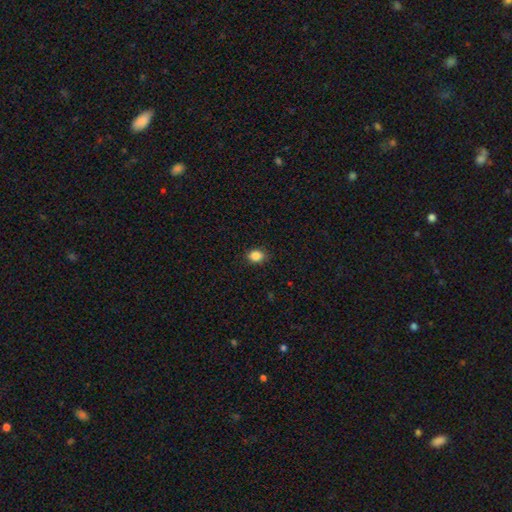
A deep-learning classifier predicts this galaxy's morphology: Smooth or featured? Predicted: smooth (p=0.86). How rounded? Predicted: in between (p=0.56). Merging? Predicted: none (p=0.87).